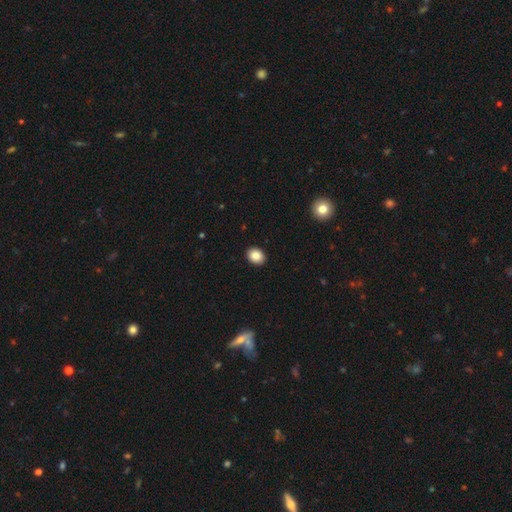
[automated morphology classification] A smooth galaxy with no disk features (87%) that is in between round and cigar-shaped (51%). Merging: none (92%).